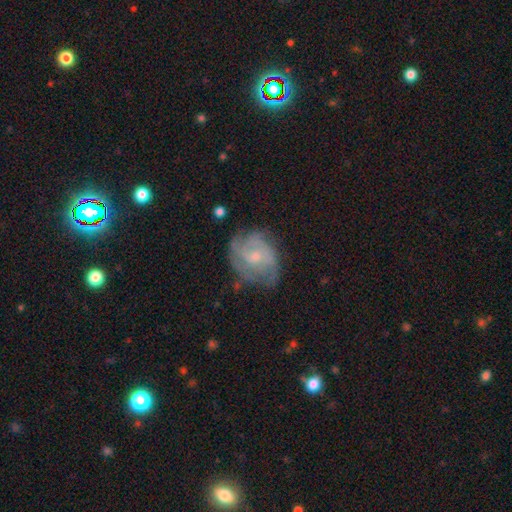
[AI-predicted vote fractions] Smooth or featured? featured or disk (72%)
Edge-on disk? no (97%)
Bar? no (66%)
Spiral arms? yes (85%)
Spiral winding? tight (49%)
Spiral arm count? can't tell (37%)
Bulge size? small (53%)
Merging? none (63%)